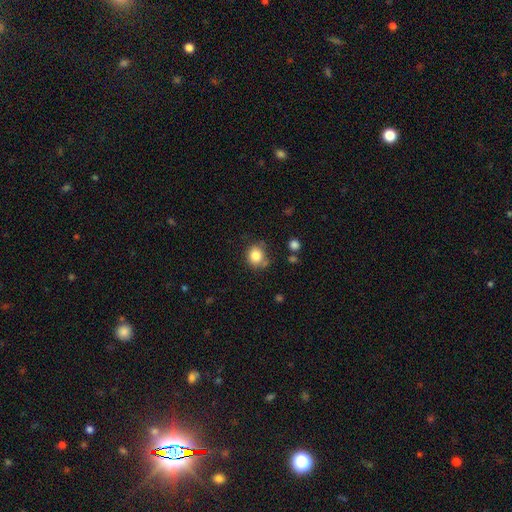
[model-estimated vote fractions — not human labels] smooth-or-featured: smooth: 82% | star or artifact: 11% | featured or disk: 7%
  how-rounded: round: 79% | in between: 20% | cigar-shaped: 1%
  merging: none: 70% | minor disturbance: 19% | merger: 6% | major disturbance: 5%